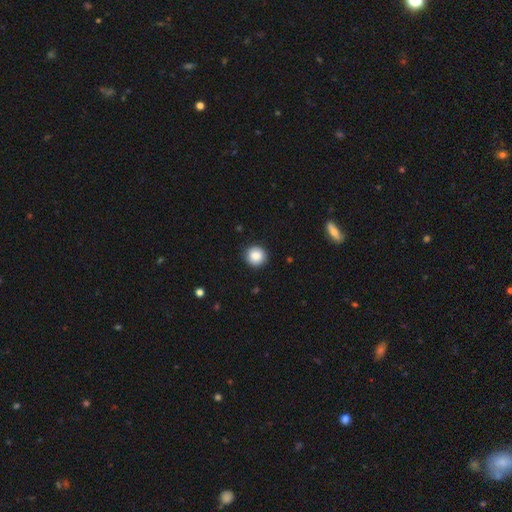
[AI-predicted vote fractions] Morphology: type=smooth (86%); roundness=round (93%); merging=none (90%).